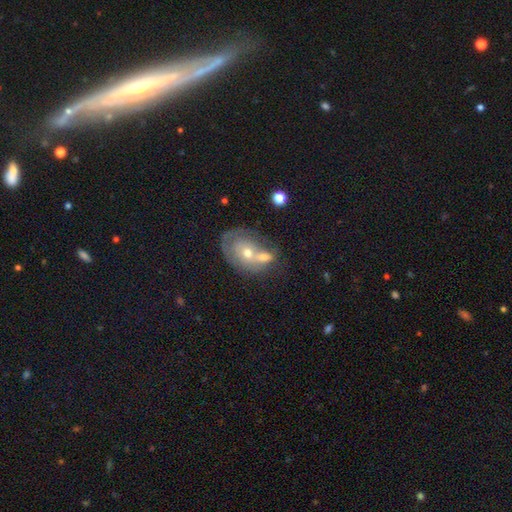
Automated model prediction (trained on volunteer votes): Smooth or featured?
  - featured or disk: 57% *
  - smooth: 33%
  - star or artifact: 10%
Edge-on disk?
  - no: 95% *
  - yes: 5%
Bar?
  - no: 85% *
  - weak: 12%
  - strong: 3%
Spiral arms?
  - no: 57% *
  - yes: 43%
Bulge size?
  - moderate: 55% *
  - small: 39%
  - large: 3%
  - none: 2%
  - dominant: 1%
Merging?
  - merger: 58% *
  - none: 25%
  - minor disturbance: 10%
  - major disturbance: 7%